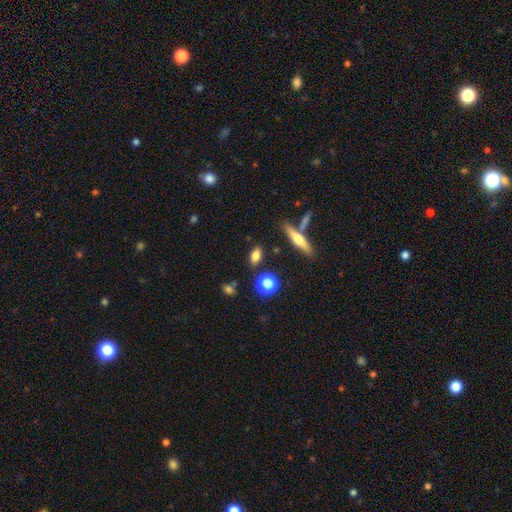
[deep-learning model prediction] Smooth or featured?
  - smooth: 76% *
  - featured or disk: 13%
  - star or artifact: 11%
How rounded?
  - in between: 72% *
  - round: 14%
  - cigar-shaped: 13%
Merging?
  - none: 80% *
  - minor disturbance: 11%
  - merger: 6%
  - major disturbance: 3%